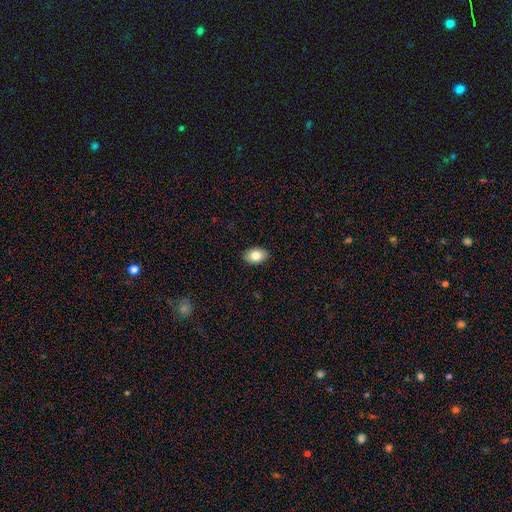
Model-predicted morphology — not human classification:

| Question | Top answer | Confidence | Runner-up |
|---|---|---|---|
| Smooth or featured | smooth | 82% | featured or disk (10%) |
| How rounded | in between | 86% | round (13%) |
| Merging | none | 90% | minor disturbance (8%) |